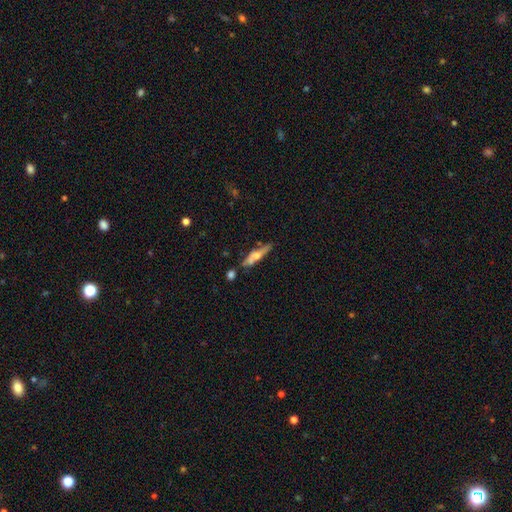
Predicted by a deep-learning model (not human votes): smooth_or_featured: featured or disk (p=0.53) [alt: smooth p=0.41]
disk_edge_on: yes (p=0.90) [alt: no p=0.10]
merging: none (p=0.69) [alt: minor disturbance p=0.18]